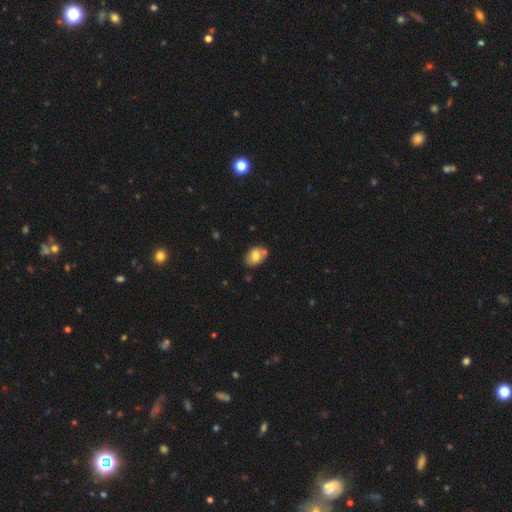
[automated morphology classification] This appears to be a smooth galaxy with no disk features (73%) that is in between round and cigar-shaped (77%). Merging: none (66%).